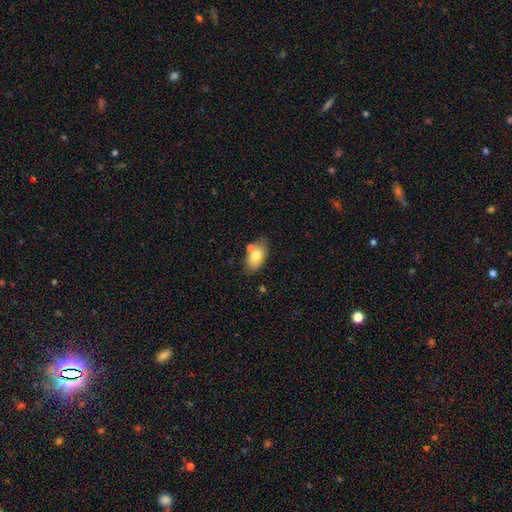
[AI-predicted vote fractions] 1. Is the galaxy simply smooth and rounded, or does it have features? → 73% smooth, 20% featured or disk, 7% star or artifact.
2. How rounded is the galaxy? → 90% in between, 8% round, 2% cigar-shaped.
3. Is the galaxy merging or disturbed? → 67% none, 15% merger, 15% minor disturbance, 3% major disturbance.